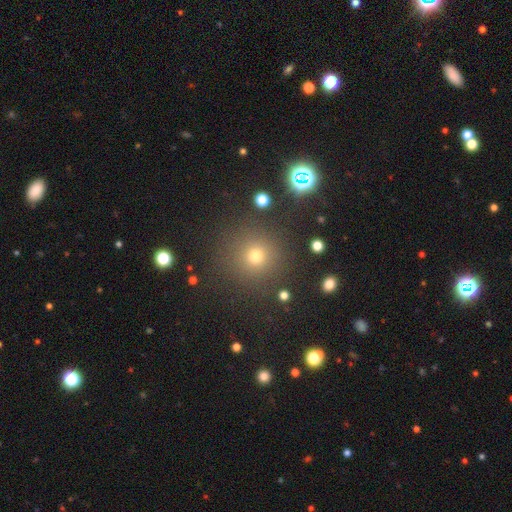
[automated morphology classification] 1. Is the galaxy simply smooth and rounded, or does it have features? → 68% smooth, 25% star or artifact, 7% featured or disk.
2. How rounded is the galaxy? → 95% round, 4% in between, 1% cigar-shaped.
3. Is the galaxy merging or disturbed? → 87% none, 7% minor disturbance, 3% major disturbance, 3% merger.